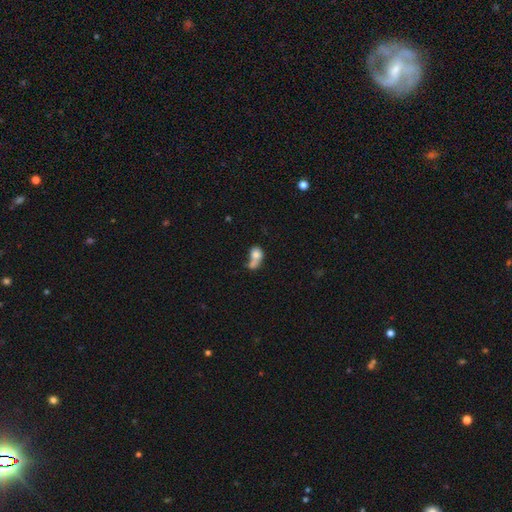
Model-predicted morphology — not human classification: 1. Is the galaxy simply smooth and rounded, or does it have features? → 73% smooth, 18% featured or disk, 10% star or artifact.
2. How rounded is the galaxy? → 58% in between, 39% round, 3% cigar-shaped.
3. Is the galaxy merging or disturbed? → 60% merger, 18% none, 13% major disturbance, 10% minor disturbance.